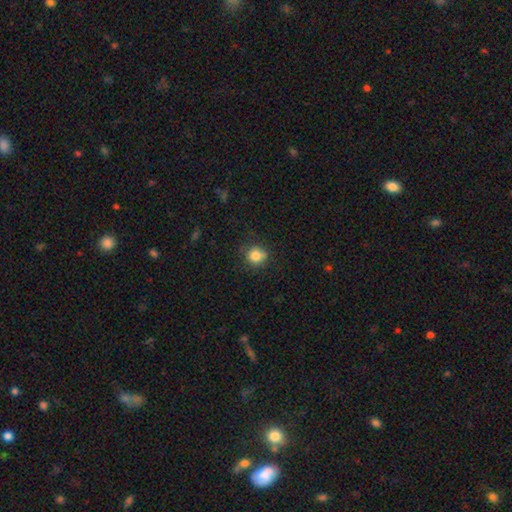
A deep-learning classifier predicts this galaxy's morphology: Smooth or featured? smooth (82%)
How rounded? round (88%)
Merging? none (75%)